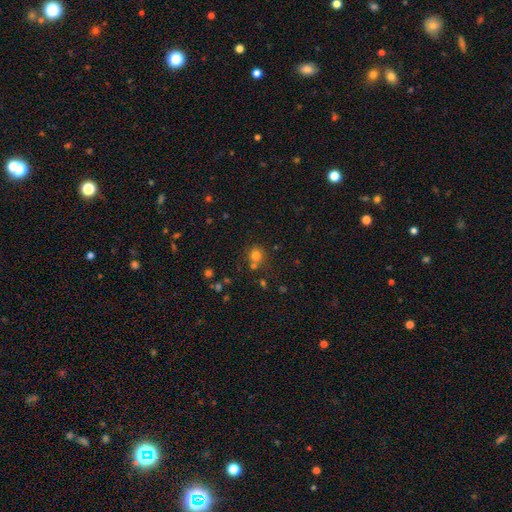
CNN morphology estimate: smooth 75%, star or artifact 16%, featured or disk 8%. Down the decision tree: how rounded — round (82%); merging — none (62%).